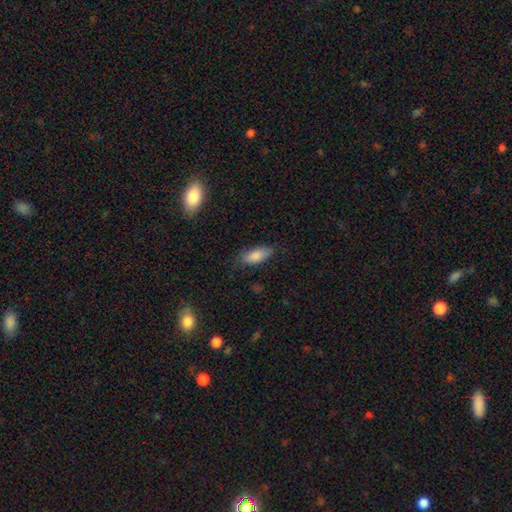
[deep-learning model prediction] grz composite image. It shows a smooth galaxy with no disk features (80%) that is in between round and cigar-shaped (71%). Merging: none (81%).